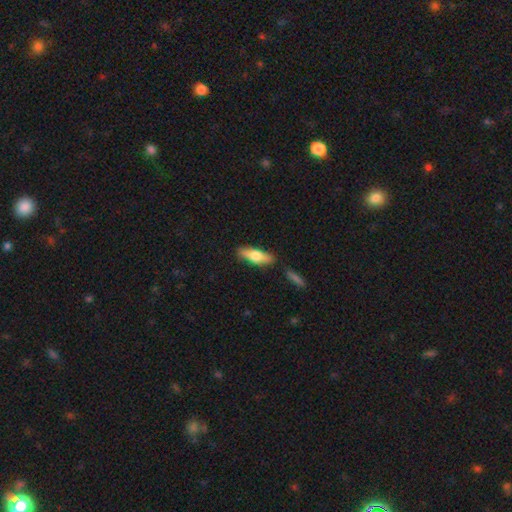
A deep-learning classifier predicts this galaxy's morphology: This is likely a smooth galaxy (67%). How rounded: possibly in between (51%). Merging: clearly none (81%).